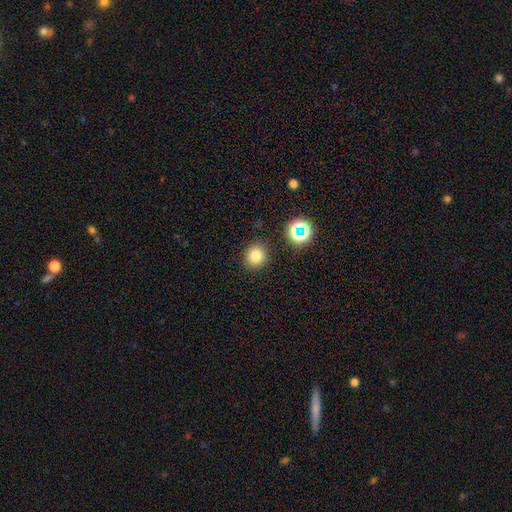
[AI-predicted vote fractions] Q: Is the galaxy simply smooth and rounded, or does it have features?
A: smooth — 77%.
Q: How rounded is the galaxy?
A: round — 82%.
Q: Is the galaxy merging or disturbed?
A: none — 86%.